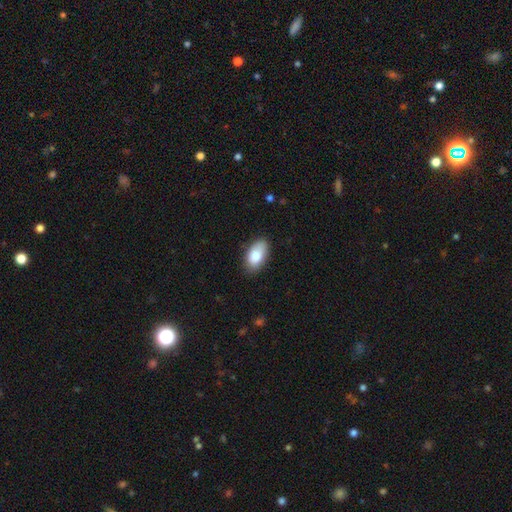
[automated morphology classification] Smooth or featured? Predicted: smooth (p=0.82). How rounded? Predicted: in between (p=0.94). Merging? Predicted: none (p=0.79).